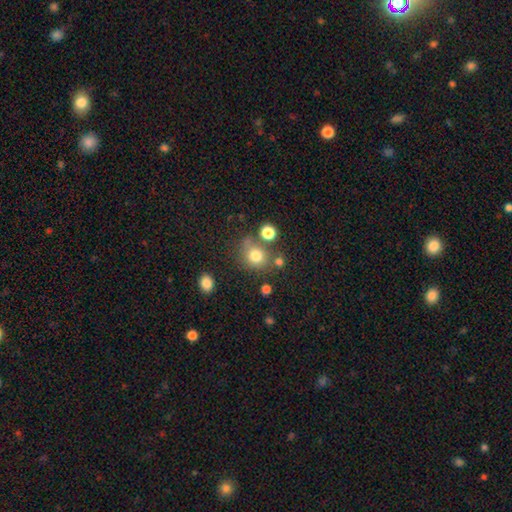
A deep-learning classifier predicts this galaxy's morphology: smooth-or-featured: smooth: 76% | star or artifact: 15% | featured or disk: 9%
  how-rounded: round: 77% | in between: 22% | cigar-shaped: 1%
  merging: none: 66% | minor disturbance: 14% | merger: 13% | major disturbance: 6%